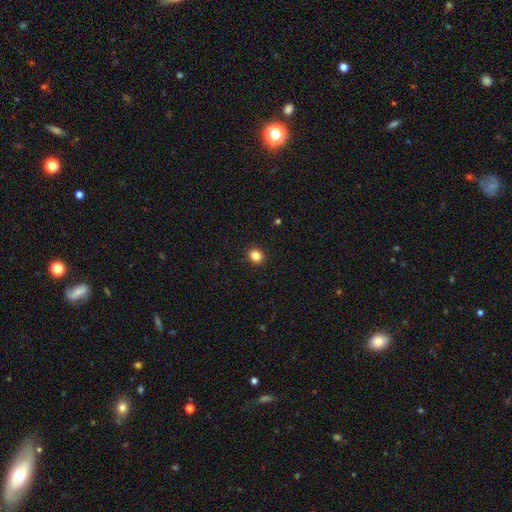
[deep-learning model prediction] This is clearly a smooth galaxy (86%). How rounded: likely round (68%). Merging: clearly none (92%).